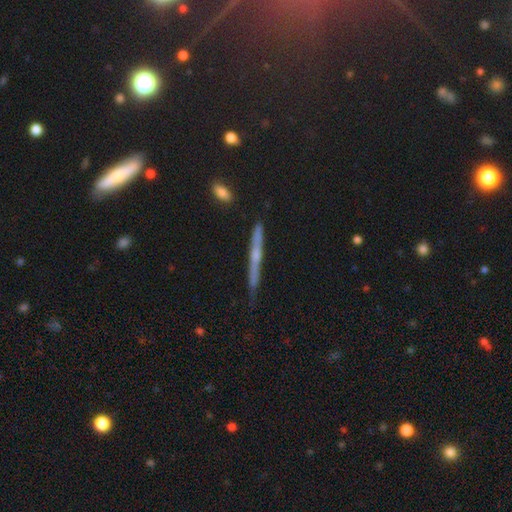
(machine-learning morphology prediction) A featured or disk galaxy (58%) viewed edge-on (96%) with a rounded central bulge (52%).

Vote fractions:
- Smooth or featured? featured or disk: 58% / smooth: 34% / star or artifact: 8%
- Edge-on disk? yes: 96% / no: 4%
- Edge-on bulge? rounded: 52% / none: 42% / boxy: 6%
- Merging? none: 78% / minor disturbance: 18% / major disturbance: 3% / merger: 2%